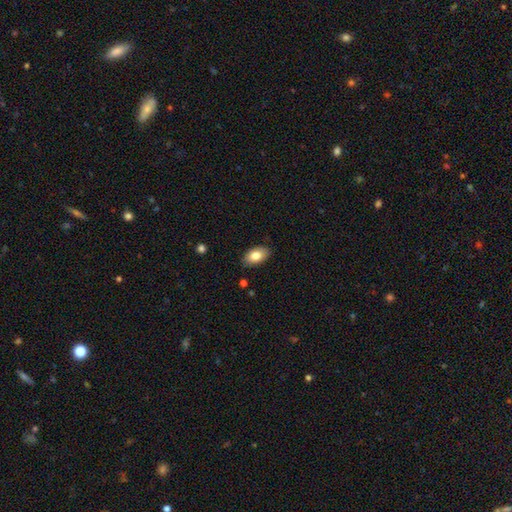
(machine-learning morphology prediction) Smooth or featured? smooth (81%)
How rounded? in between (93%)
Merging? none (86%)